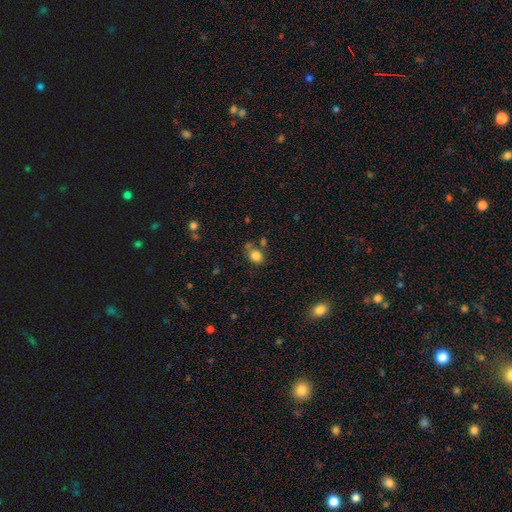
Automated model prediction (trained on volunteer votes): Smooth or featured: smooth — 82% (star or artifact — 11%)
How rounded: round — 64% (in between — 35%)
Merging: none — 60% (minor disturbance — 19%)